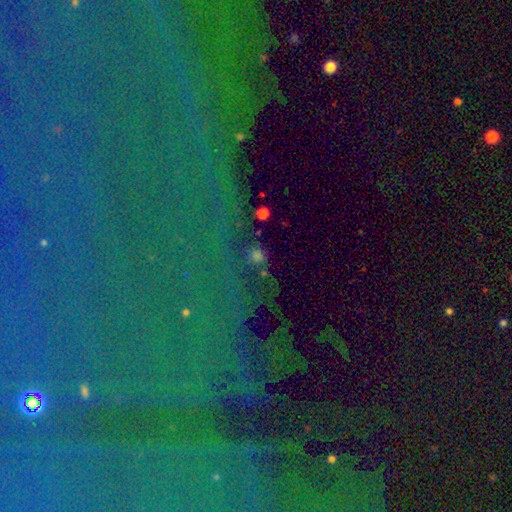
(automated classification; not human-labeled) Morphology: type=star or artifact (57%).